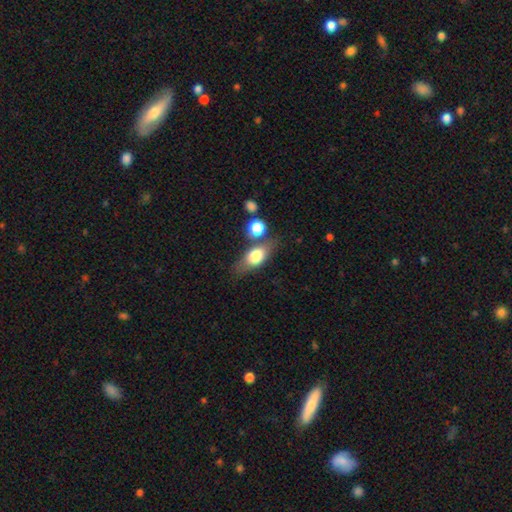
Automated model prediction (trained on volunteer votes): Overall: smooth (68%). How rounded: in between (72%). Merging: none (63%).